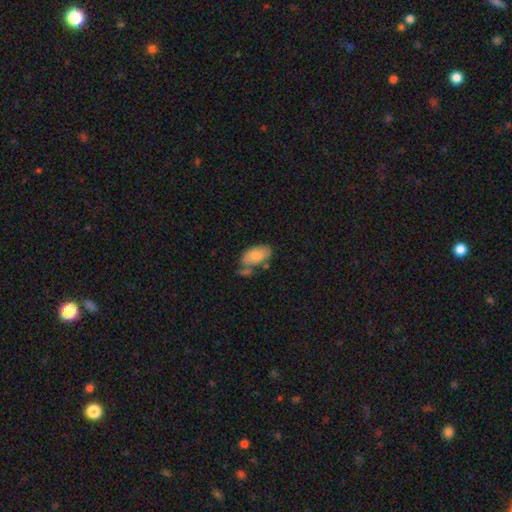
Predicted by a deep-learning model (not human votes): This appears to be a smooth galaxy with no disk features (78%) that is in between round and cigar-shaped (94%). Merging: none (46%).